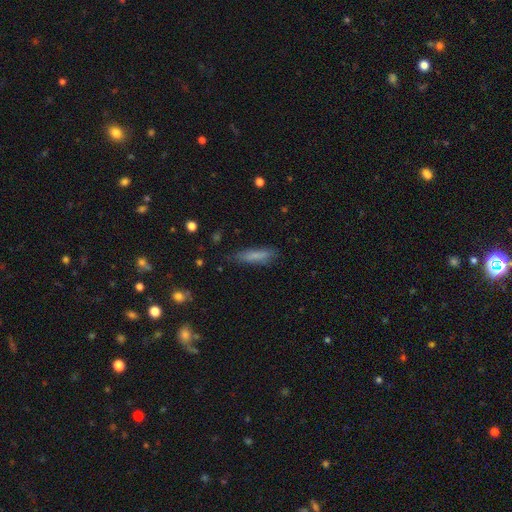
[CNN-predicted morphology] Smooth or featured? Predicted: smooth (p=0.78). How rounded? Predicted: cigar-shaped (p=0.76). Merging? Predicted: none (p=0.77).